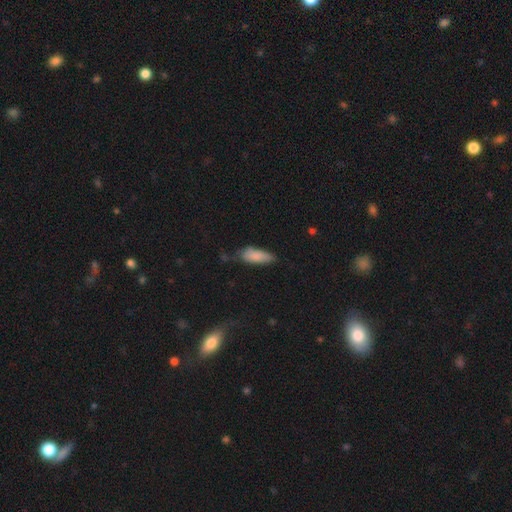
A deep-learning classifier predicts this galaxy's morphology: Smooth or featured? Predicted: smooth (p=0.84). How rounded? Predicted: in between (p=0.71). Merging? Predicted: none (p=0.47).